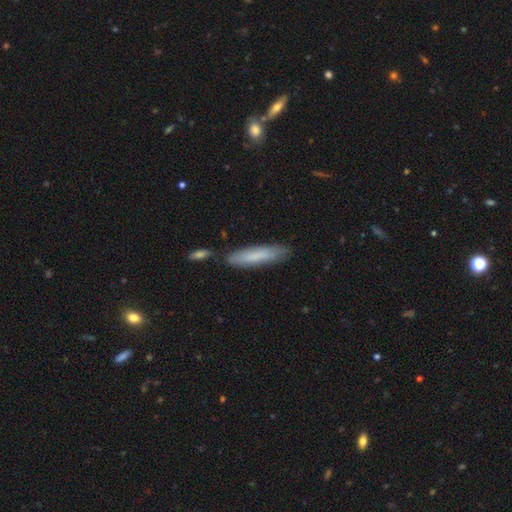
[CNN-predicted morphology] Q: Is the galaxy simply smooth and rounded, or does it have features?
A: smooth — 76%.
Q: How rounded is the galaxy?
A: cigar-shaped — 81%.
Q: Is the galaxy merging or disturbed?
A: none — 76%.